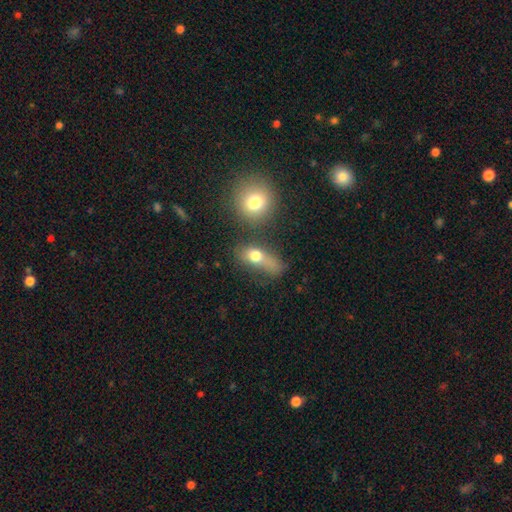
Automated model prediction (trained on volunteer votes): smooth-or-featured: smooth: 70% | featured or disk: 16% | star or artifact: 14%
  how-rounded: in between: 54% | round: 37% | cigar-shaped: 8%
  merging: none: 38% | merger: 31% | minor disturbance: 16% | major disturbance: 15%